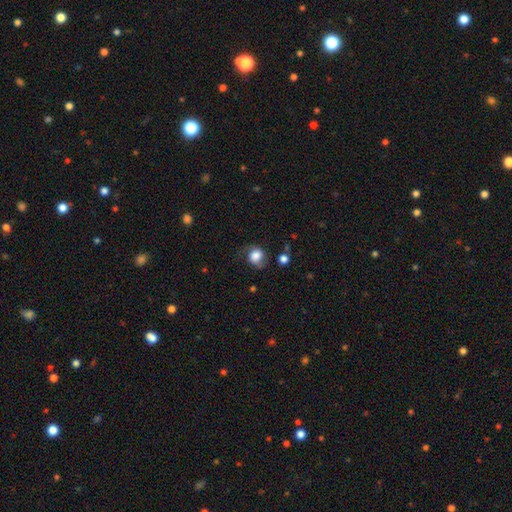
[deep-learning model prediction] Q: Smooth or featured?
A: smooth (72%); runner-up: featured or disk (19%)
Q: How rounded?
A: round (72%); runner-up: in between (27%)
Q: Merging?
A: none (56%); runner-up: minor disturbance (27%)